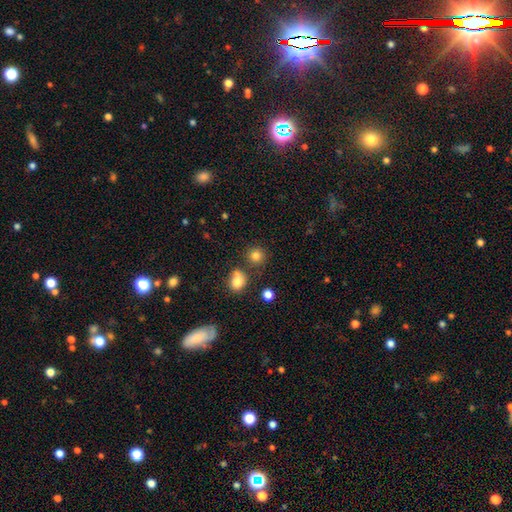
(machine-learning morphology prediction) smooth_or_featured: smooth (p=0.81) [alt: star or artifact p=0.13]
how_rounded: round (p=0.90) [alt: in between p=0.09]
merging: none (p=0.78) [alt: merger p=0.10]